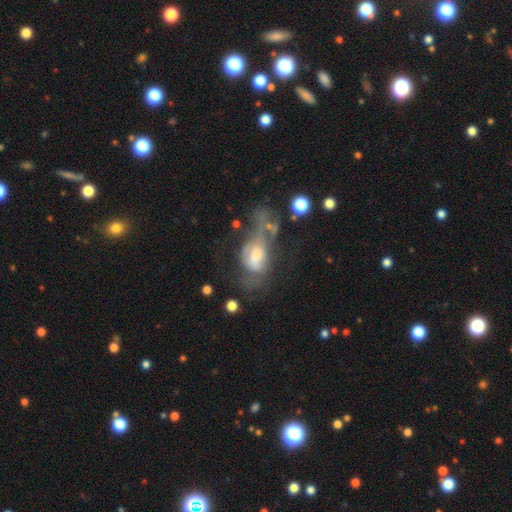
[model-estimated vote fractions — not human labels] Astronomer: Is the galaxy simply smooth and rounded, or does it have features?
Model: featured or disk — 49% (runner-up: smooth, 39%).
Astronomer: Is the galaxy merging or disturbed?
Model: major disturbance — 46%.